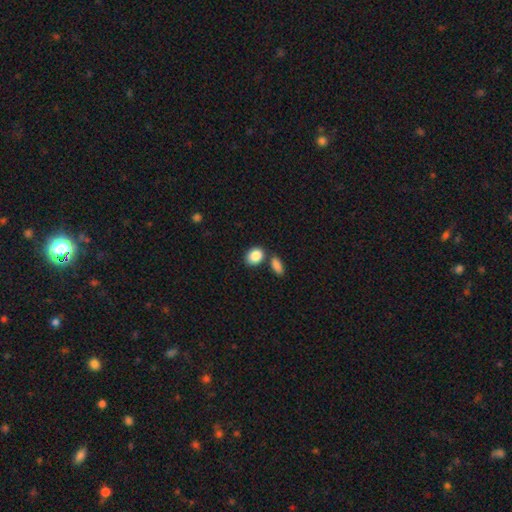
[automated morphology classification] type=smooth (88%); roundness=in between (71%); merging=none (63%).